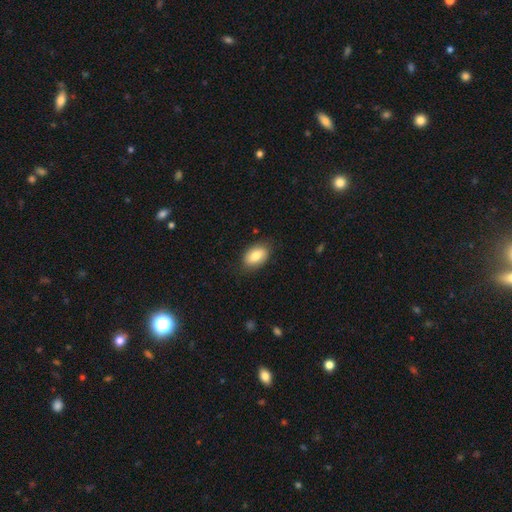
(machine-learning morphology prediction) A smooth galaxy with no disk features (80%) that is in between round and cigar-shaped (89%).

Vote fractions:
- Smooth or featured? smooth: 80% / featured or disk: 14% / star or artifact: 7%
- How rounded? in between: 89% / round: 10% / cigar-shaped: 1%
- Merging? none: 80% / minor disturbance: 15% / major disturbance: 3% / merger: 1%